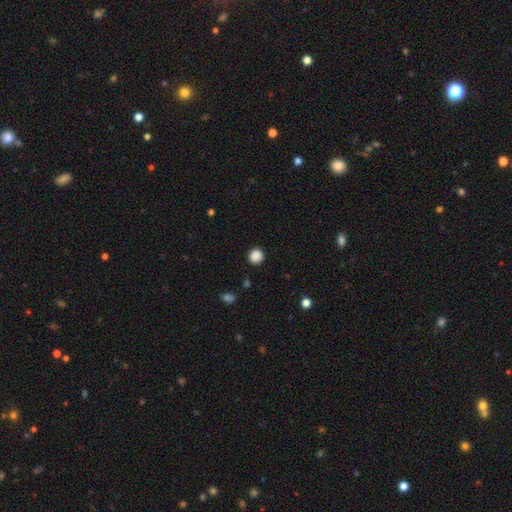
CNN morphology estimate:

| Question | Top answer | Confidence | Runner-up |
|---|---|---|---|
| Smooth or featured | smooth | 88% | star or artifact (10%) |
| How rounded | round | 91% | in between (8%) |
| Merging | none | 90% | minor disturbance (7%) |